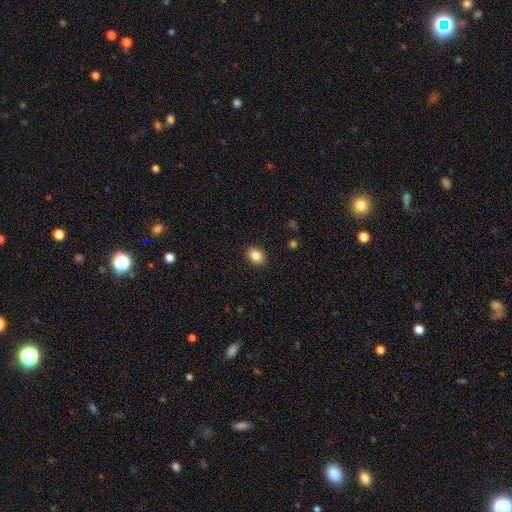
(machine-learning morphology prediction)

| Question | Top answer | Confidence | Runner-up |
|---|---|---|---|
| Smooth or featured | smooth | 86% | star or artifact (9%) |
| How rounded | in between | 57% | round (42%) |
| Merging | none | 89% | minor disturbance (8%) |